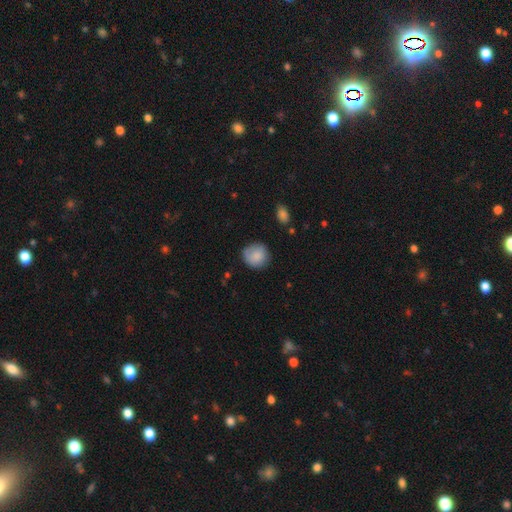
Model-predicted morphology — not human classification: The model was most divided on "merging": none: 75%, minor disturbance: 18%, major disturbance: 5%, merger: 2%. More confident: how rounded — round (89%); smooth or featured — smooth (83%).